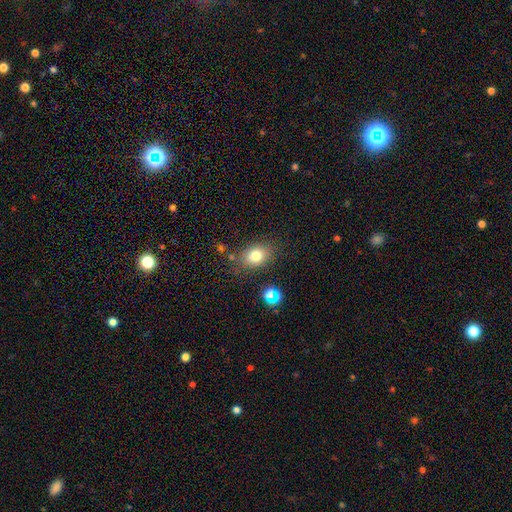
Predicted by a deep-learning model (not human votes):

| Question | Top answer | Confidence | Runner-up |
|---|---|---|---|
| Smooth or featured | smooth | 78% | star or artifact (12%) |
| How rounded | in between | 70% | round (29%) |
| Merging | none | 77% | minor disturbance (14%) |